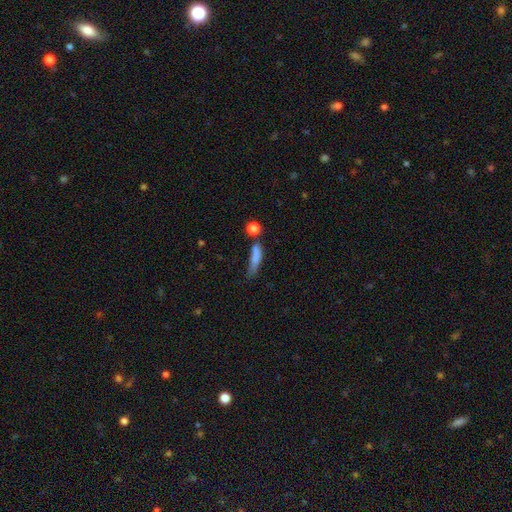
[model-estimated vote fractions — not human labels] The model was most divided on "merging": none: 38%, minor disturbance: 29%, major disturbance: 20%, merger: 13%. More confident: smooth or featured — smooth (74%); how rounded — cigar-shaped (65%).